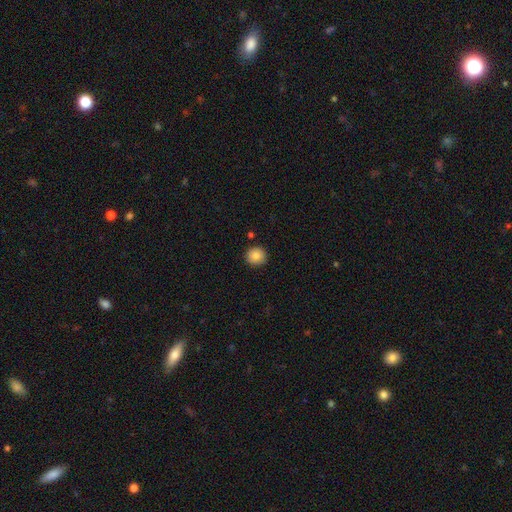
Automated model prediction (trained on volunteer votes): Q: Smooth or featured?
A: smooth (85%); runner-up: star or artifact (9%)
Q: How rounded?
A: round (92%); runner-up: in between (7%)
Q: Merging?
A: none (89%); runner-up: minor disturbance (7%)